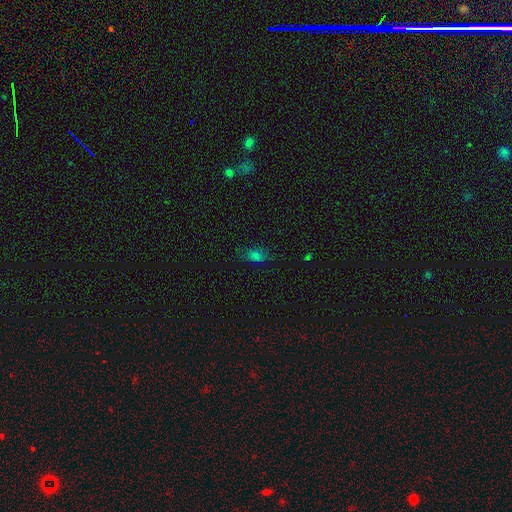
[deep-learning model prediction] smooth 69%, star or artifact 22%, featured or disk 9%. Down the decision tree: how rounded — in between (81%); merging — none (73%).